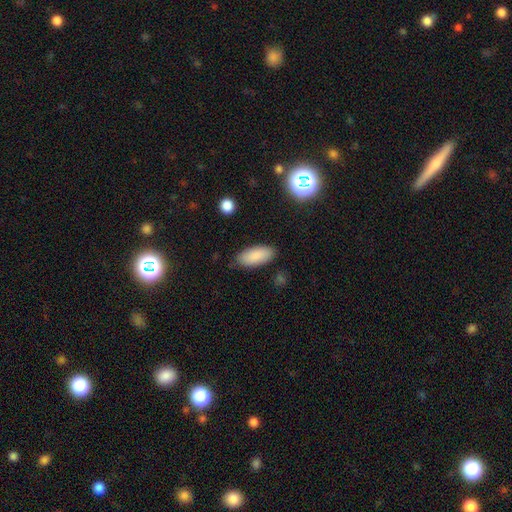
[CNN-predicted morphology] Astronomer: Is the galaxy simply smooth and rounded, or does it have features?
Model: smooth — 88%.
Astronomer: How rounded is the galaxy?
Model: in between — 87%.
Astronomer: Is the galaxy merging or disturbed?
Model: none — 84%.